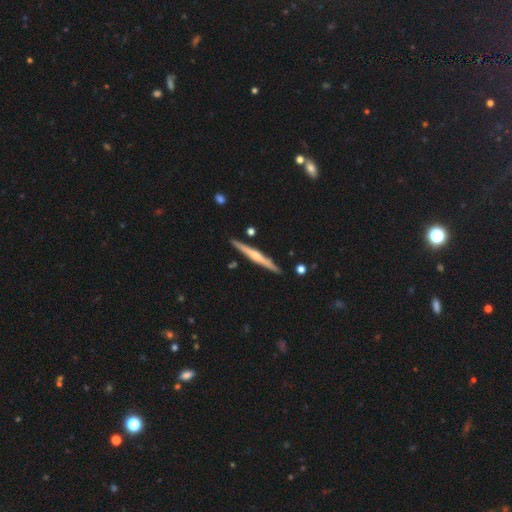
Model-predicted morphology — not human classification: Smooth or featured: featured or disk — 68% (smooth — 27%)
Edge-on disk: yes — 98% (no — 2%)
Edge-on bulge: rounded — 70% (none — 20%)
Merging: none — 90% (minor disturbance — 7%)